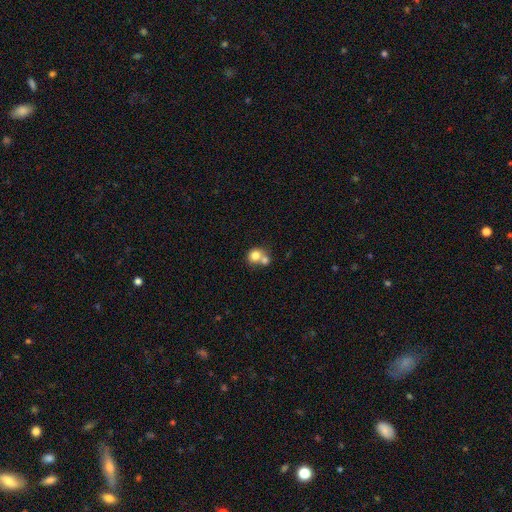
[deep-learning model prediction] Smooth or featured: smooth — 76% (featured or disk — 14%)
How rounded: round — 78% (in between — 21%)
Merging: merger — 54% (none — 35%)